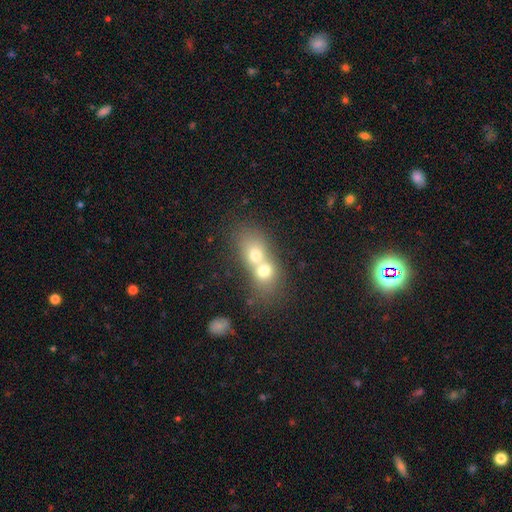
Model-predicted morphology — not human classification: Q: Smooth or featured?
A: smooth (65%); runner-up: featured or disk (24%)
Q: How rounded?
A: in between (51%); runner-up: round (47%)
Q: Merging?
A: merger (78%); runner-up: none (15%)